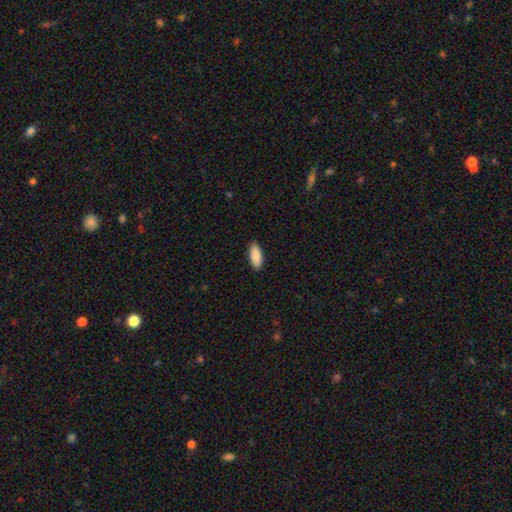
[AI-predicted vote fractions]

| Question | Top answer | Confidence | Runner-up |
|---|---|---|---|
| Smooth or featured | smooth | 90% | star or artifact (6%) |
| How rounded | in between | 84% | cigar-shaped (15%) |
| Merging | none | 89% | minor disturbance (8%) |